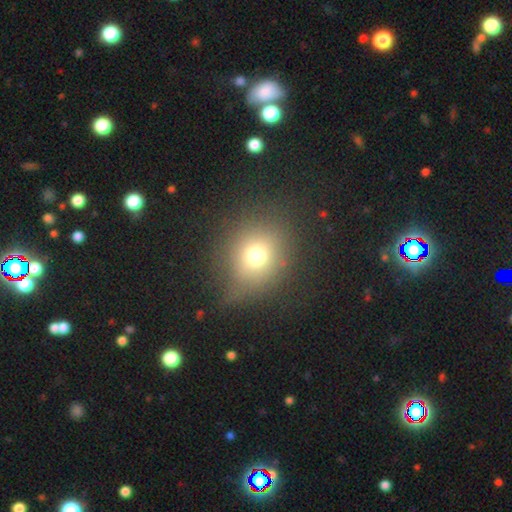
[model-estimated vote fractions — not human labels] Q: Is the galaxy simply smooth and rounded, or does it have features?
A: smooth — 70%.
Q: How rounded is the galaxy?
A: round — 76%.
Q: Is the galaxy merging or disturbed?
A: none — 73%.